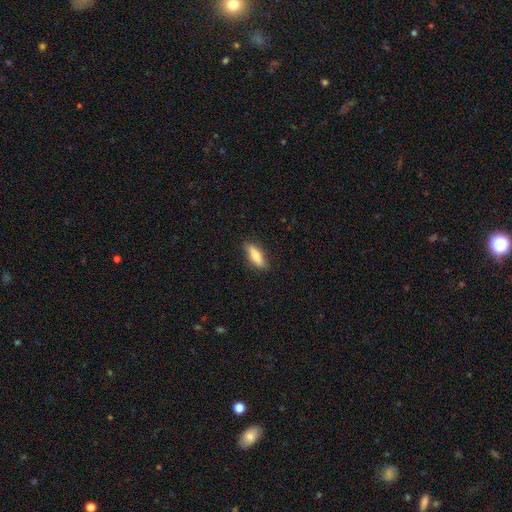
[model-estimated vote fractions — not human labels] This appears to be a smooth galaxy with no disk features (73%) that is cigar-shaped (52%). Merging: none (85%).